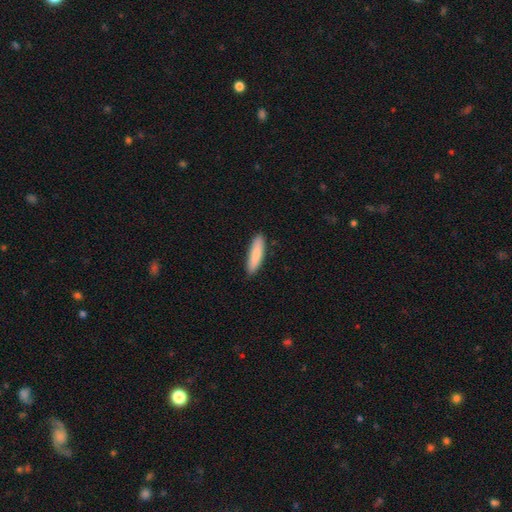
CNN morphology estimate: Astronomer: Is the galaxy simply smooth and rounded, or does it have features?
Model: smooth — 85%.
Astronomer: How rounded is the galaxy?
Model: cigar-shaped — 68%.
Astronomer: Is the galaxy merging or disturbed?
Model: none — 88%.